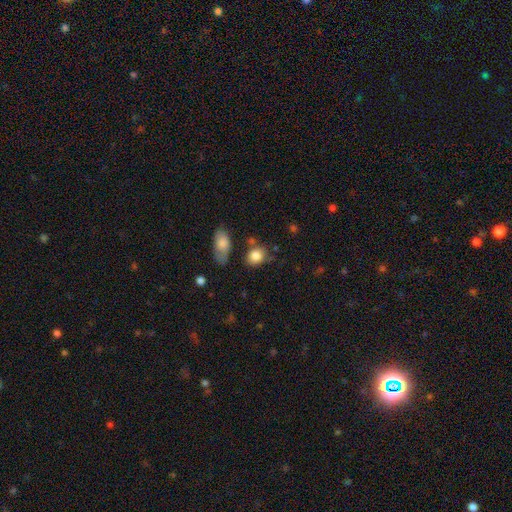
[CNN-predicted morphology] A smooth galaxy with no disk features (85%) that is round (49%, tied with in between). Merging: none (65%).